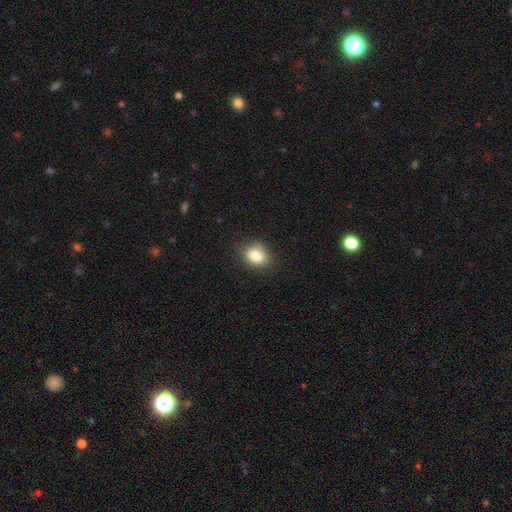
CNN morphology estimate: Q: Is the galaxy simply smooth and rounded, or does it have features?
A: smooth — 83%.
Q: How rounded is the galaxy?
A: in between — 55%.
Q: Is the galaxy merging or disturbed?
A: none — 85%.